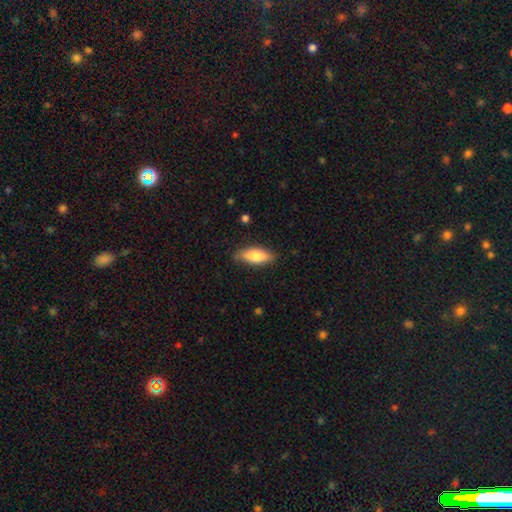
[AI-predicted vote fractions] Smooth or featured?
  - smooth: 74% *
  - featured or disk: 20%
  - star or artifact: 6%
How rounded?
  - in between: 64% *
  - cigar-shaped: 34%
  - round: 2%
Merging?
  - none: 80% *
  - minor disturbance: 16%
  - major disturbance: 3%
  - merger: 1%